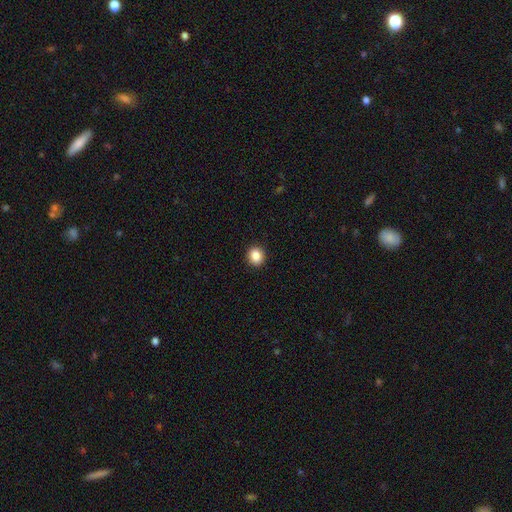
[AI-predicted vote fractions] smooth 87%, star or artifact 10%, featured or disk 4%. Down the decision tree: how rounded — round (83%); merging — none (92%).